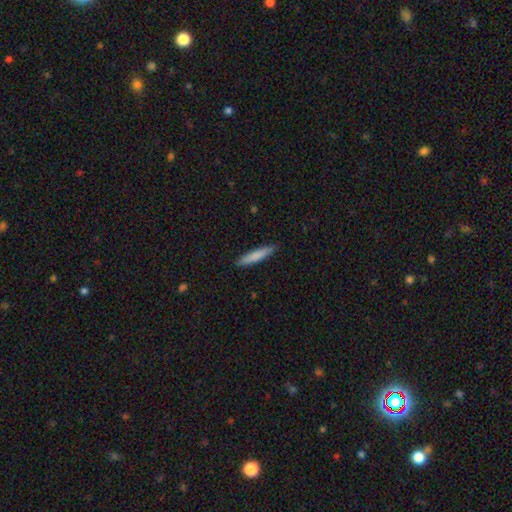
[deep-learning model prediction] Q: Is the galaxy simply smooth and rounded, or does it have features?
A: smooth — 82%.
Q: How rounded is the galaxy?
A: cigar-shaped — 89%.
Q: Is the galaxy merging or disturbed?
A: none — 89%.